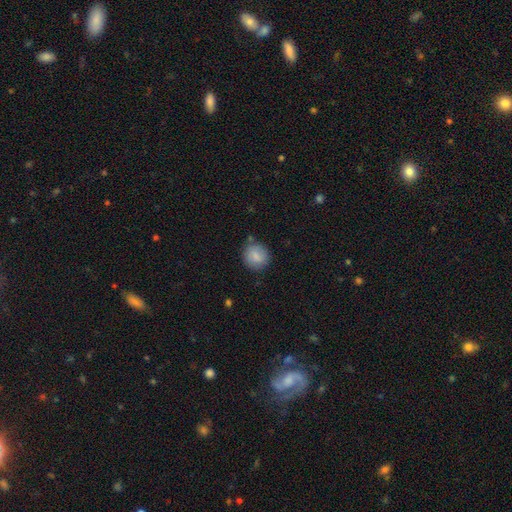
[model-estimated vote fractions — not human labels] smooth_or_featured: smooth (p=0.83) [alt: featured or disk p=0.10]
how_rounded: round (p=0.86) [alt: in between p=0.13]
merging: none (p=0.79) [alt: minor disturbance p=0.14]